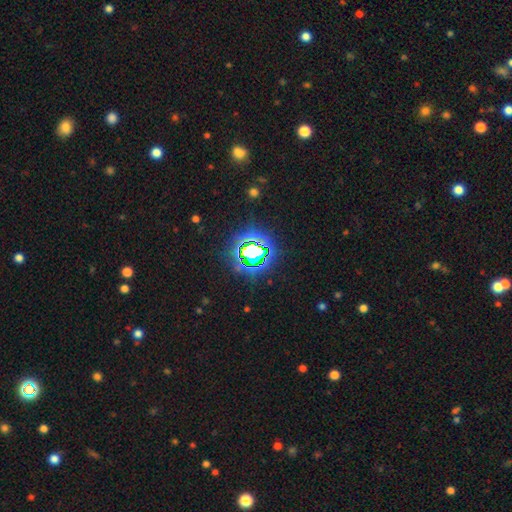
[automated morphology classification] smooth-or-featured: star or artifact: 71% | smooth: 17% | featured or disk: 12%